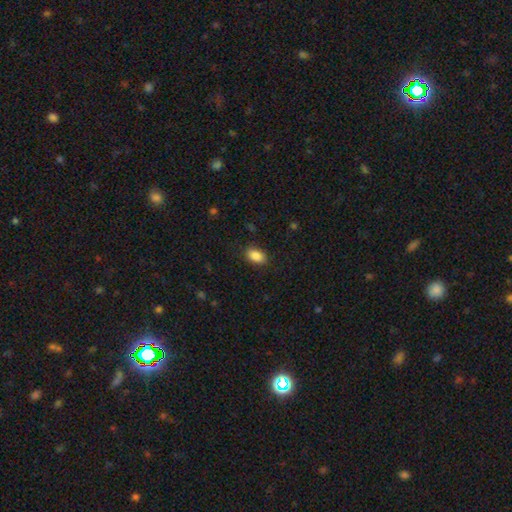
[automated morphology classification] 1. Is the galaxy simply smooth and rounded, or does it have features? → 88% smooth, 8% star or artifact, 4% featured or disk.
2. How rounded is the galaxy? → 89% in between, 10% round, 2% cigar-shaped.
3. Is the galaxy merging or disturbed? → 86% none, 11% minor disturbance, 3% major disturbance, 1% merger.